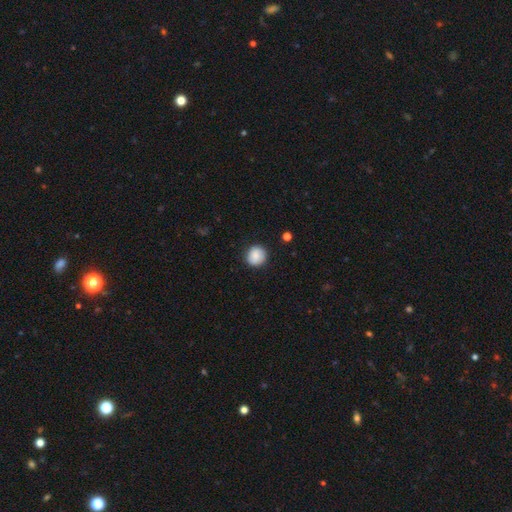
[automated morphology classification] Q: Smooth or featured?
A: smooth (85%); runner-up: star or artifact (8%)
Q: How rounded?
A: round (89%); runner-up: in between (10%)
Q: Merging?
A: none (87%); runner-up: minor disturbance (10%)